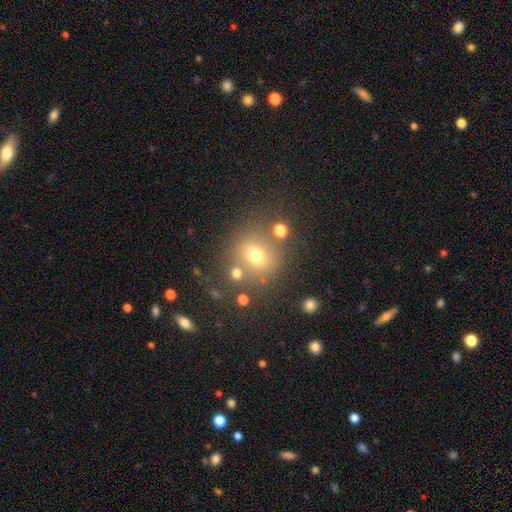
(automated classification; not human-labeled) smooth-or-featured: smooth: 65% | star or artifact: 20% | featured or disk: 15%
  how-rounded: round: 76% | in between: 23% | cigar-shaped: 1%
  merging: none: 71% | minor disturbance: 12% | merger: 12% | major disturbance: 6%